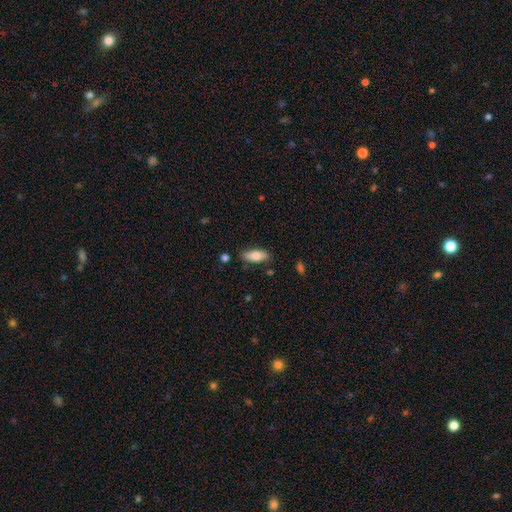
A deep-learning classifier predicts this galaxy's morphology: A smooth galaxy with no disk features (74%) that is in between round and cigar-shaped (72%).

Vote fractions:
- Smooth or featured? smooth: 74% / featured or disk: 20% / star or artifact: 6%
- How rounded? in between: 72% / cigar-shaped: 26% / round: 2%
- Merging? none: 83% / minor disturbance: 13% / major disturbance: 2% / merger: 2%